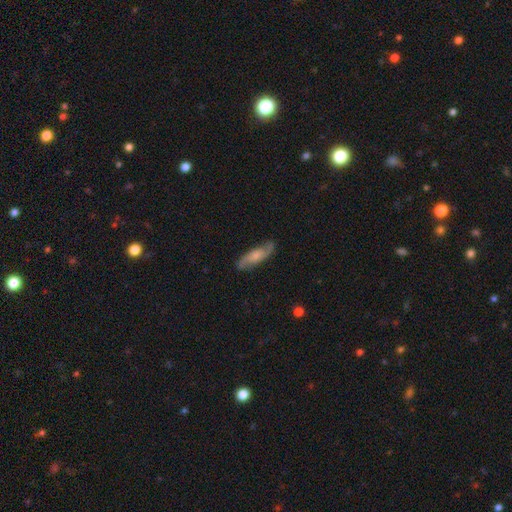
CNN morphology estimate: smooth-or-featured: featured or disk: 60% | smooth: 34% | star or artifact: 6%
  disk-edge-on: no: 79% | yes: 21%
  merging: none: 82% | minor disturbance: 13% | major disturbance: 3% | merger: 1%